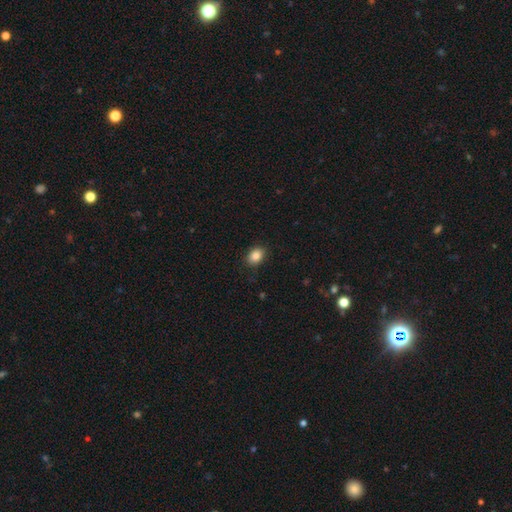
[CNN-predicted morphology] Overall: smooth (86%). How rounded: in between (67%; round 32%). Merging: none (87%).